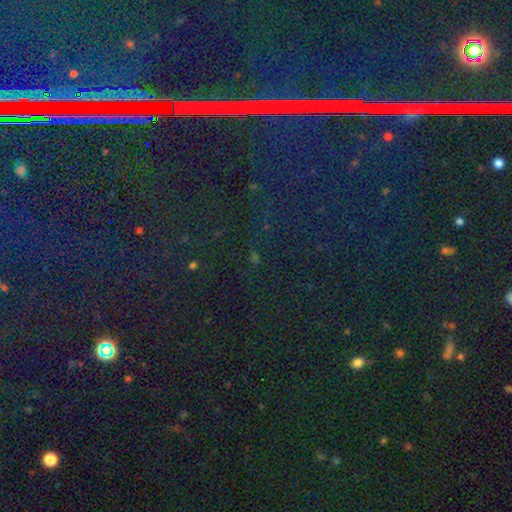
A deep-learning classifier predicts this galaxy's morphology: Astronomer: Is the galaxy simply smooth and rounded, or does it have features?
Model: star or artifact — 86%.